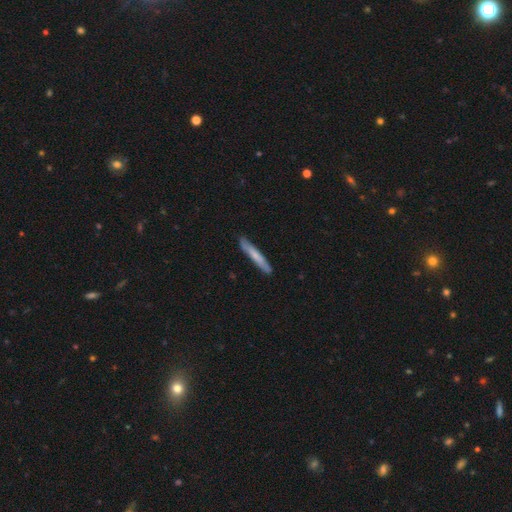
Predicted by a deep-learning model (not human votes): A smooth galaxy with no disk features (67%) that is cigar-shaped (95%). Merging: none (88%).